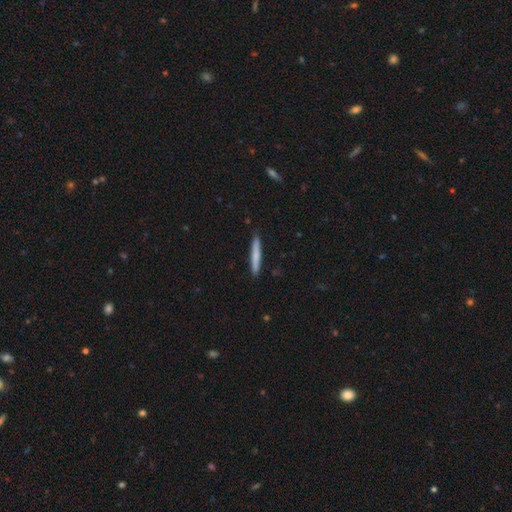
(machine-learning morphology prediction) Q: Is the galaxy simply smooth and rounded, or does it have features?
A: smooth — 73%.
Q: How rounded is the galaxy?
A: cigar-shaped — 96%.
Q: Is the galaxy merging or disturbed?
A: none — 91%.